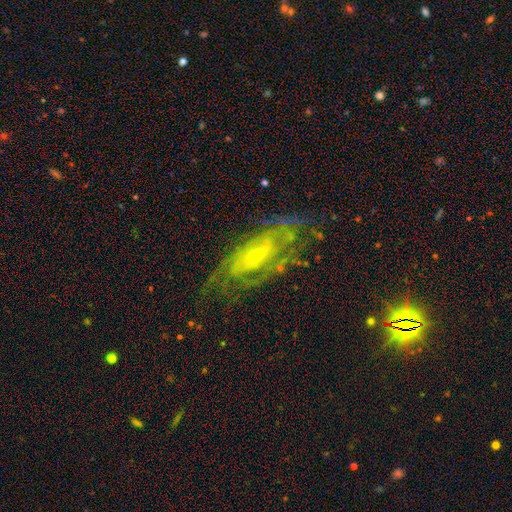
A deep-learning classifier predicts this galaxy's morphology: Q: Smooth or featured?
A: featured or disk (79%); runner-up: smooth (12%)
Q: Edge-on disk?
A: no (90%); runner-up: yes (10%)
Q: Bar?
A: no (62%); runner-up: weak (29%)
Q: Spiral arms?
A: yes (84%); runner-up: no (16%)
Q: Spiral winding?
A: tight (53%); runner-up: medium (34%)
Q: Spiral arm count?
A: can't tell (50%); runner-up: 2 (21%)
Q: Bulge size?
A: small (72%); runner-up: moderate (23%)
Q: Merging?
A: none (64%); runner-up: minor disturbance (20%)